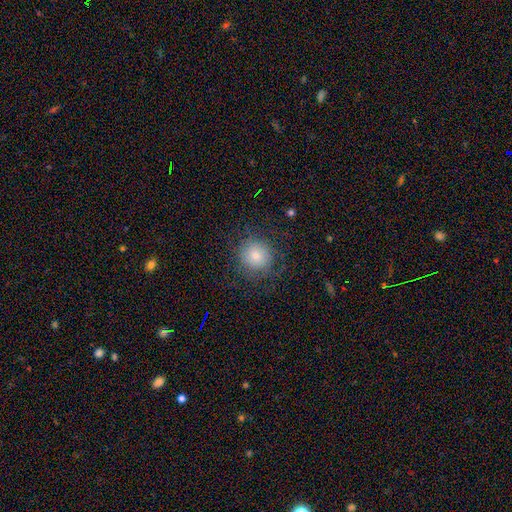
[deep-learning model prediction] Q: Smooth or featured?
A: smooth (73%); runner-up: featured or disk (16%)
Q: How rounded?
A: round (91%); runner-up: in between (8%)
Q: Merging?
A: none (76%); runner-up: minor disturbance (13%)